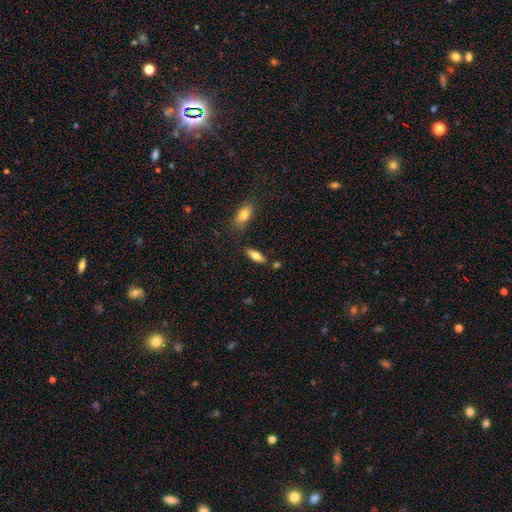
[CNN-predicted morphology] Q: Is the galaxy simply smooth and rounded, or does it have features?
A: smooth — 73%.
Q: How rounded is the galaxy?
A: in between — 67%.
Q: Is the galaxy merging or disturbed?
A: none — 78%.